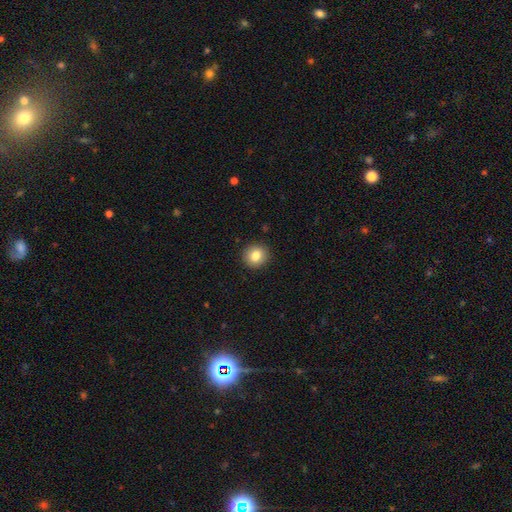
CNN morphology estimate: Smooth or featured: smooth — 83% (star or artifact — 10%)
How rounded: round — 90% (in between — 9%)
Merging: none — 92% (minor disturbance — 5%)